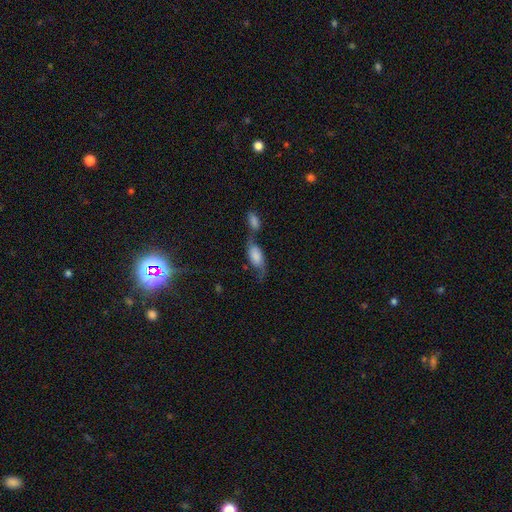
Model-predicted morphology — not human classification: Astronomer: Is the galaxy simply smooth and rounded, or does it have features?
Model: smooth — 52% (runner-up: featured or disk, 40%).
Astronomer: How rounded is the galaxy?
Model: in between — 86%.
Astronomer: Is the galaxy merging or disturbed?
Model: merger — 51%.